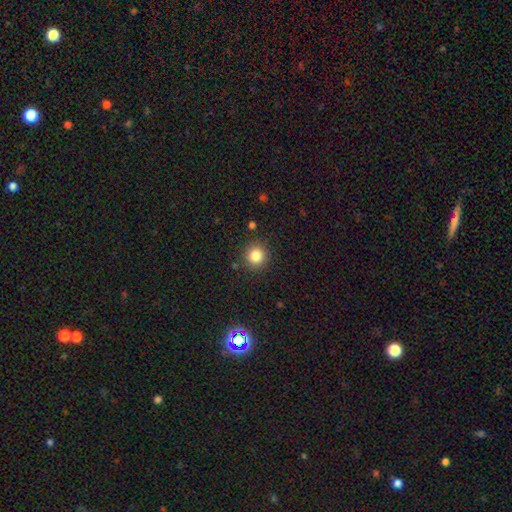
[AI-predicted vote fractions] Smooth or featured: smooth — 84% (star or artifact — 11%)
How rounded: round — 93% (in between — 6%)
Merging: none — 89% (minor disturbance — 7%)